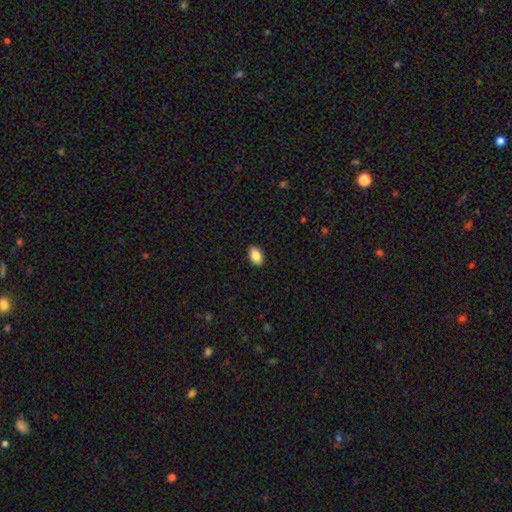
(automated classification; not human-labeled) smooth 87%, star or artifact 8%, featured or disk 6%. Down the decision tree: how rounded — in between (91%); merging — none (90%).